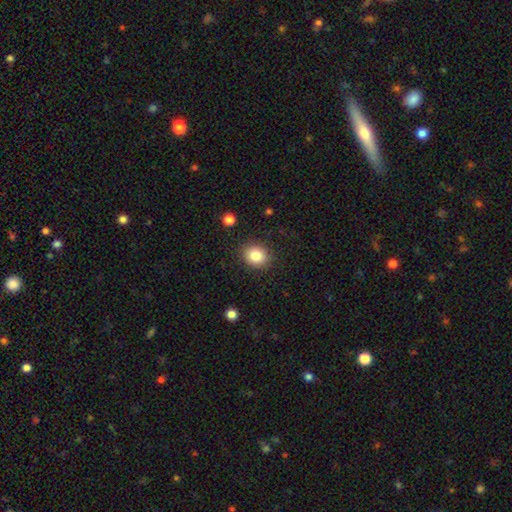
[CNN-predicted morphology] smooth-or-featured: smooth: 83% | star or artifact: 10% | featured or disk: 7%
  how-rounded: round: 67% | in between: 32% | cigar-shaped: 1%
  merging: none: 88% | minor disturbance: 8% | major disturbance: 3% | merger: 1%